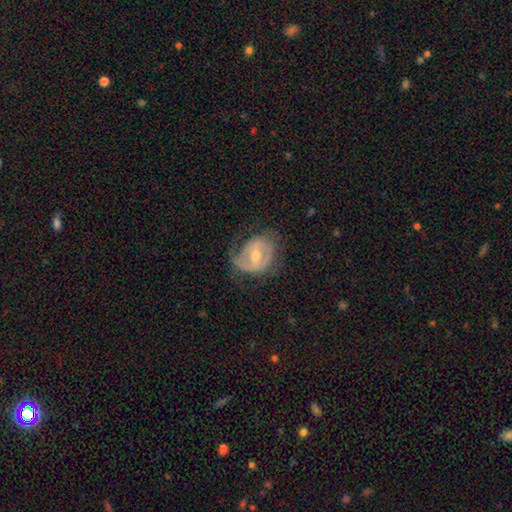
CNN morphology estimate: Smooth or featured: featured or disk — 71% (smooth — 23%)
Edge-on disk: no — 96% (yes — 4%)
Bar: weak — 44% (strong — 30%)
Spiral arms: yes — 65% (no — 35%)
Bulge size: moderate — 68% (small — 27%)
Merging: none — 55% (minor disturbance — 25%)